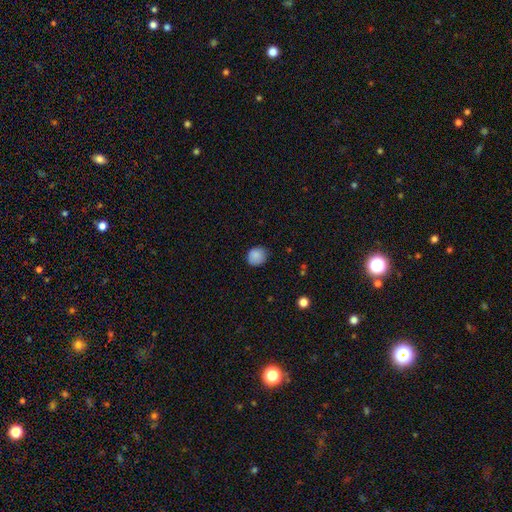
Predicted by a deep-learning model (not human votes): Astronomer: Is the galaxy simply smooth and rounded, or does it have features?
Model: smooth — 86%.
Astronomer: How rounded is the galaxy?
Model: round — 76%.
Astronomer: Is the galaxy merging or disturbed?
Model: none — 75%.